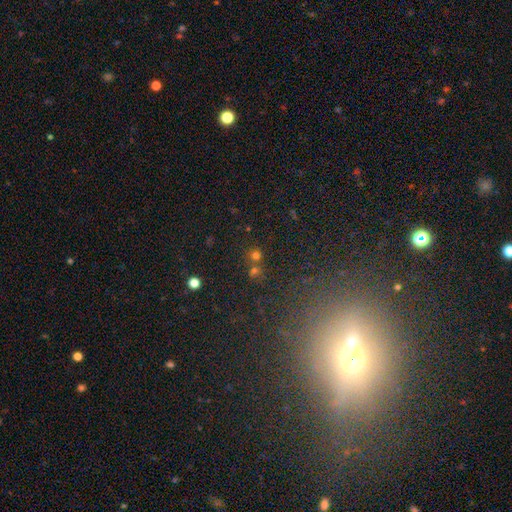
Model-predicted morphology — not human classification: type=smooth (65%); roundness=round (91%); merging=none (64%).